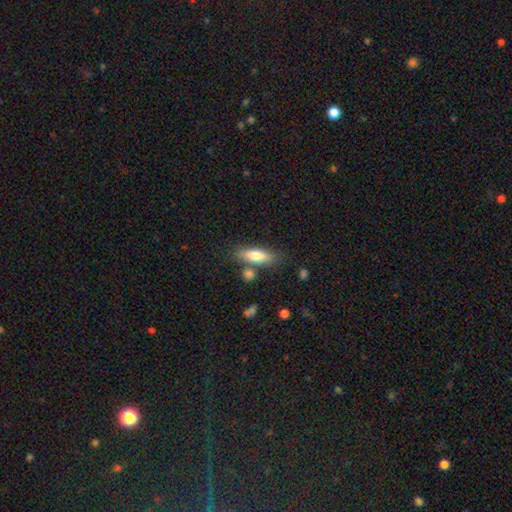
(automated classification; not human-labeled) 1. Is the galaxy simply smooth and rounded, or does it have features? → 69% smooth, 24% featured or disk, 6% star or artifact.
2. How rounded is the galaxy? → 50% cigar-shaped, 47% in between, 3% round.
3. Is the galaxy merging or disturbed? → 73% none, 13% minor disturbance, 10% merger, 4% major disturbance.